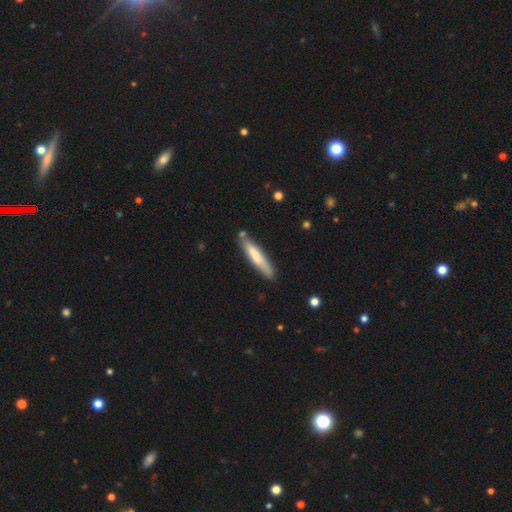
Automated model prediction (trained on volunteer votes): Morphology: type=smooth (70%); roundness=cigar-shaped (88%); merging=none (77%).